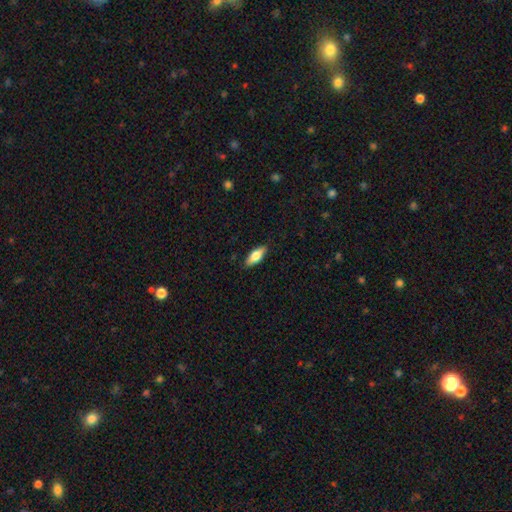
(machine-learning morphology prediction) smooth 71%, featured or disk 23%, star or artifact 6%. Down the decision tree: how rounded — in between (75%); merging — none (88%).